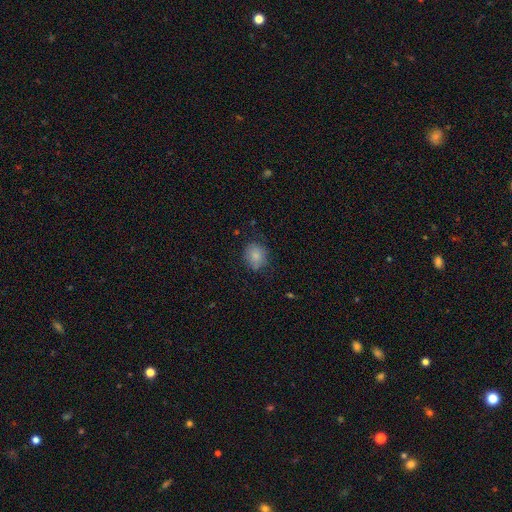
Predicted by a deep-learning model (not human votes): A smooth galaxy with no disk features (85%) that is round (68%). Merging: none (77%).